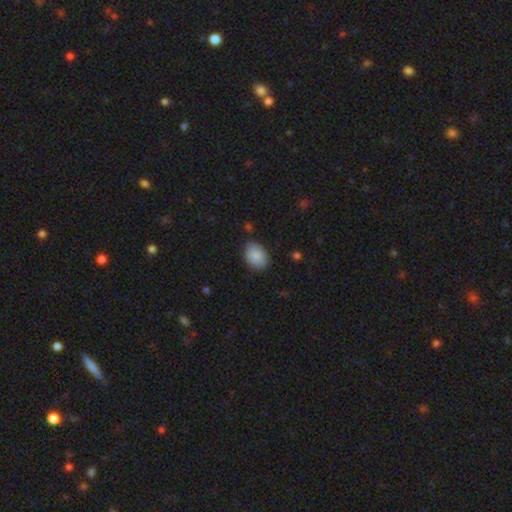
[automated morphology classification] Q: Smooth or featured?
A: smooth (86%); runner-up: star or artifact (7%)
Q: How rounded?
A: in between (74%); runner-up: round (25%)
Q: Merging?
A: none (76%); runner-up: minor disturbance (18%)